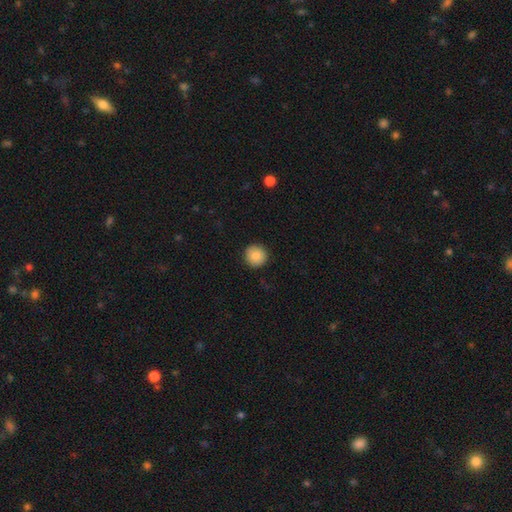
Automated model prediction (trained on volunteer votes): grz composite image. It shows a smooth galaxy with no disk features (85%) that is round (95%). Merging: none (92%).